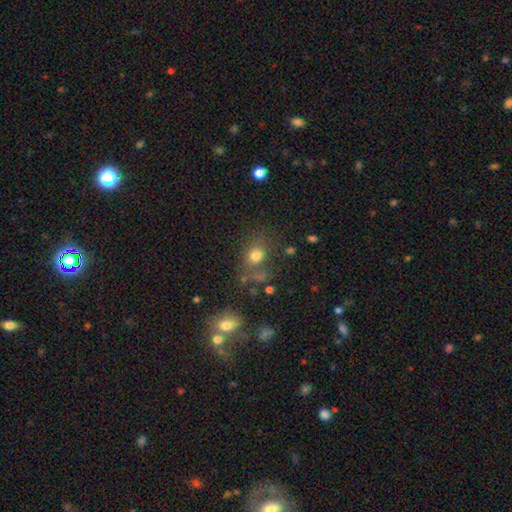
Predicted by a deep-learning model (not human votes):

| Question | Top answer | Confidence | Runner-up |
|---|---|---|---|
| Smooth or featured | smooth | 75% | star or artifact (16%) |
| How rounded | round | 61% | in between (37%) |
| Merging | none | 64% | minor disturbance (16%) |